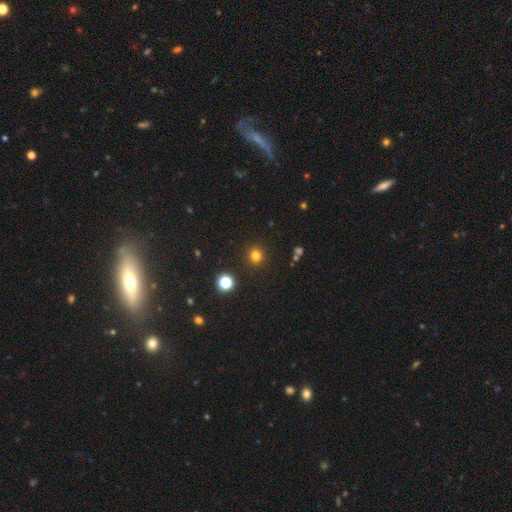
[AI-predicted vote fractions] This is likely a smooth galaxy (78%). How rounded: clearly round (92%). Merging: clearly none (90%).